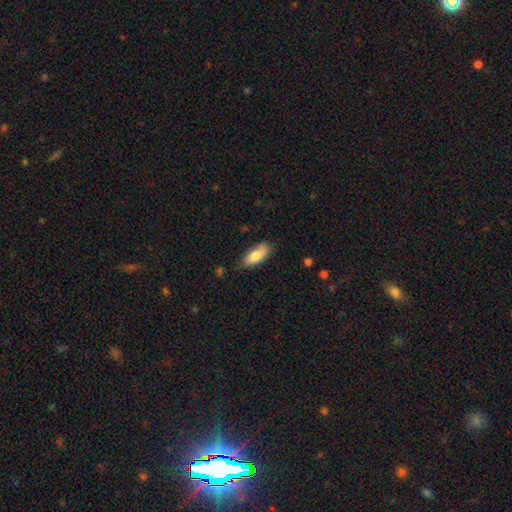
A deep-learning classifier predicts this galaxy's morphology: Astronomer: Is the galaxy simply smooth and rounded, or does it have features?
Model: smooth — 80%.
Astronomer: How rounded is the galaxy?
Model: in between — 81%.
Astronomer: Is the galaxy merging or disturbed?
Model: none — 75%.